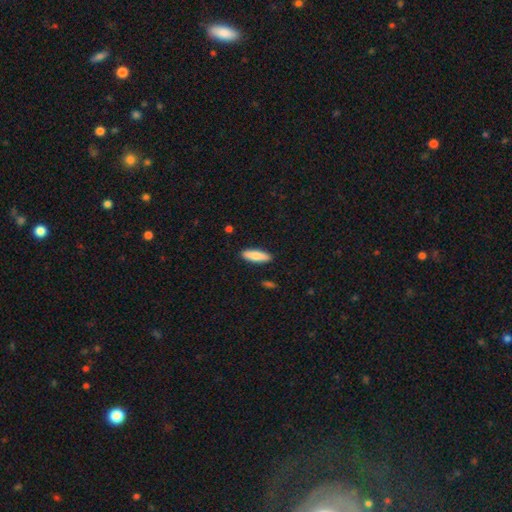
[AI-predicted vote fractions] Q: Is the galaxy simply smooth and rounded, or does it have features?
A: smooth — 82%.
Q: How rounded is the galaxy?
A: cigar-shaped — 52%.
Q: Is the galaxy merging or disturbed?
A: none — 90%.